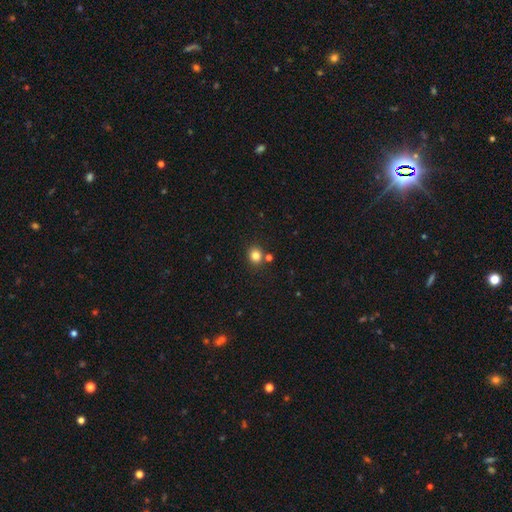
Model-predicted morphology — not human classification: Overall: smooth (82%). How rounded: round (78%). Merging: none (78%).